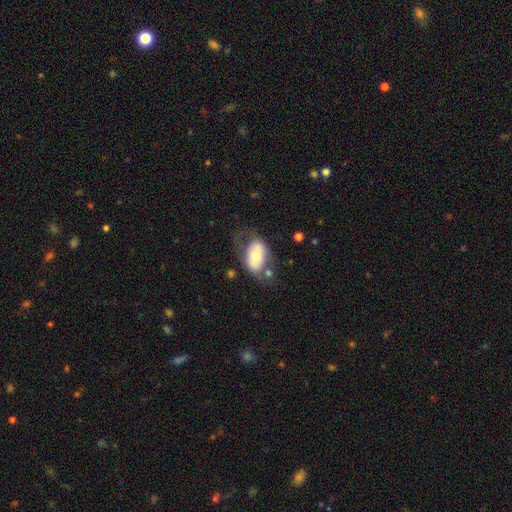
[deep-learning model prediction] Smooth or featured?
  - smooth: 57% *
  - featured or disk: 37%
  - star or artifact: 7%
How rounded?
  - in between: 89% *
  - round: 9%
  - cigar-shaped: 2%
Merging?
  - none: 46% *
  - minor disturbance: 25%
  - major disturbance: 20%
  - merger: 9%